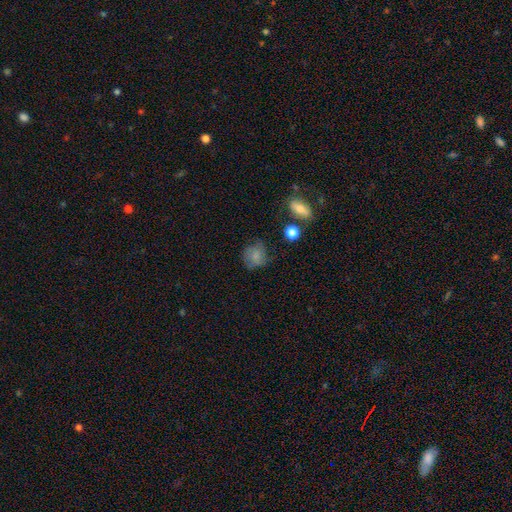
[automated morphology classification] Smooth or featured: smooth — 71% (featured or disk — 18%)
How rounded: round — 71% (in between — 28%)
Merging: none — 59% (minor disturbance — 25%)